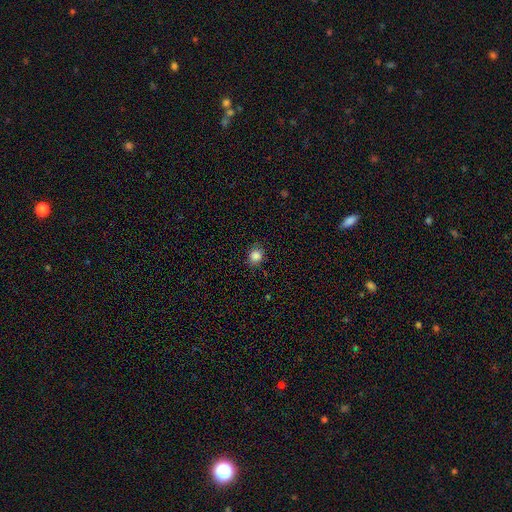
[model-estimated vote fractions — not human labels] Smooth or featured?
  - smooth: 84% *
  - star or artifact: 11%
  - featured or disk: 5%
How rounded?
  - round: 73% *
  - in between: 26%
  - cigar-shaped: 1%
Merging?
  - none: 82% *
  - minor disturbance: 14%
  - major disturbance: 3%
  - merger: 1%